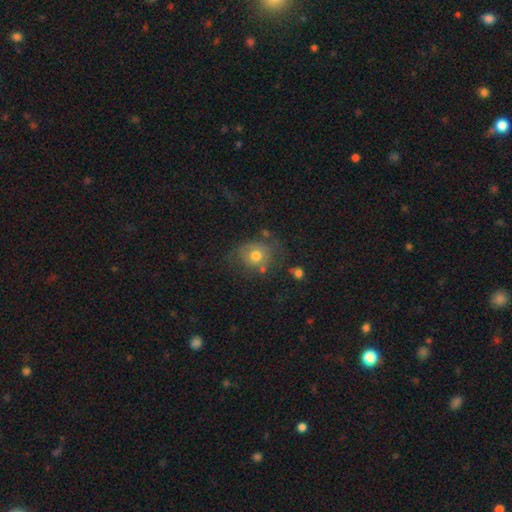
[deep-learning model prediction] Smooth or featured?
  - smooth: 63% *
  - featured or disk: 26%
  - star or artifact: 11%
How rounded?
  - round: 68% *
  - in between: 31%
  - cigar-shaped: 1%
Merging?
  - none: 55% *
  - minor disturbance: 24%
  - major disturbance: 15%
  - merger: 6%